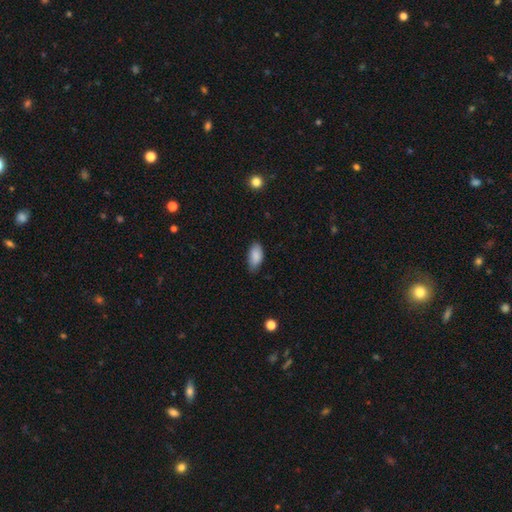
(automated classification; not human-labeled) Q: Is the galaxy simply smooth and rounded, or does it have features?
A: smooth — 88%.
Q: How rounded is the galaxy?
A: in between — 93%.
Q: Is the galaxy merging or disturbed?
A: none — 74%.